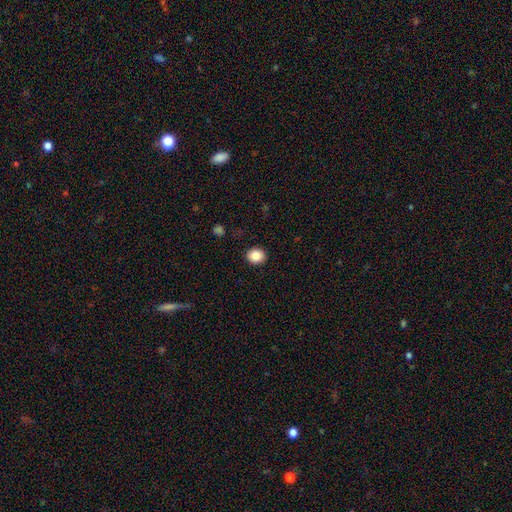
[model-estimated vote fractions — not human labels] Q: Smooth or featured?
A: smooth (84%); runner-up: star or artifact (10%)
Q: How rounded?
A: round (70%); runner-up: in between (29%)
Q: Merging?
A: none (91%); runner-up: minor disturbance (6%)